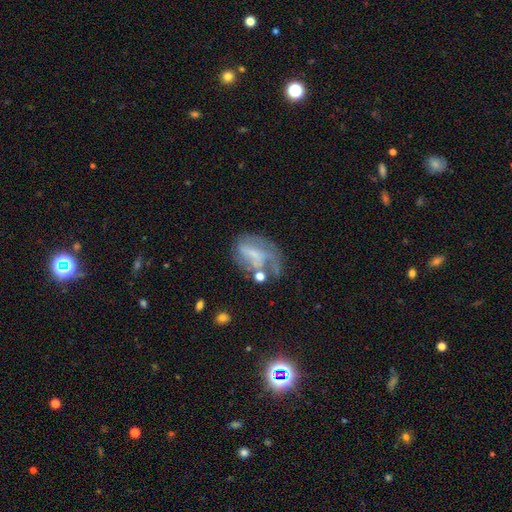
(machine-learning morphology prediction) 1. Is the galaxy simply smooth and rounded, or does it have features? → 57% featured or disk, 32% smooth, 11% star or artifact.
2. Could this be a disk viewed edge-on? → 96% no, 4% yes.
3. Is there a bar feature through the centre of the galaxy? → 44% no, 37% weak, 18% strong.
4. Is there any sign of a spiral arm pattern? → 54% yes, 46% no.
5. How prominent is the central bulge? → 41% small, 36% none, 19% moderate, 3% large, 1% dominant.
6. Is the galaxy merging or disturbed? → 35% major disturbance, 31% none, 24% minor disturbance, 10% merger.